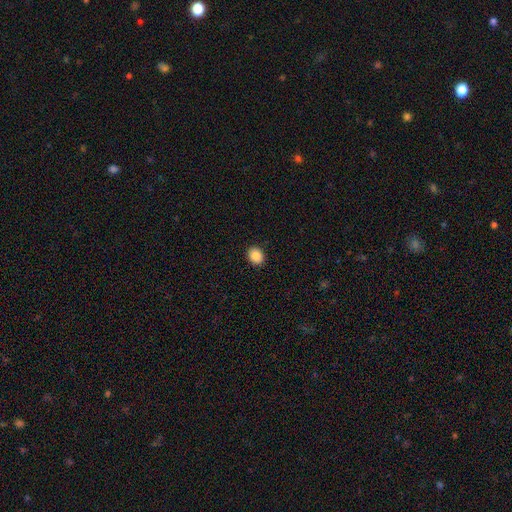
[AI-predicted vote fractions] smooth-or-featured: smooth: 87% | star or artifact: 9% | featured or disk: 4%
  how-rounded: round: 53% | in between: 46% | cigar-shaped: 1%
  merging: none: 91% | minor disturbance: 6% | major disturbance: 2% | merger: 1%